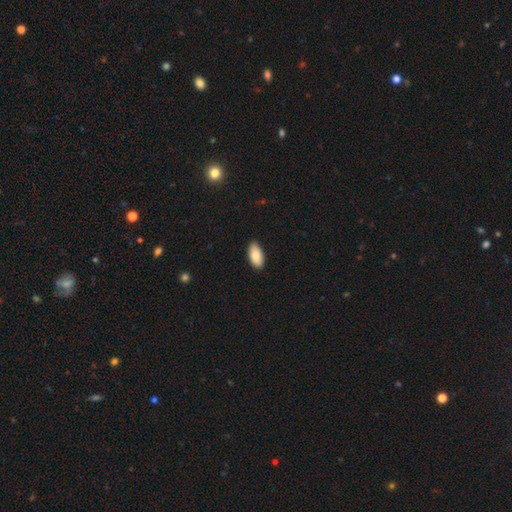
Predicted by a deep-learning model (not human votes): This appears to be a smooth galaxy with no disk features (83%) that is in between round and cigar-shaped (94%). Merging: none (88%).